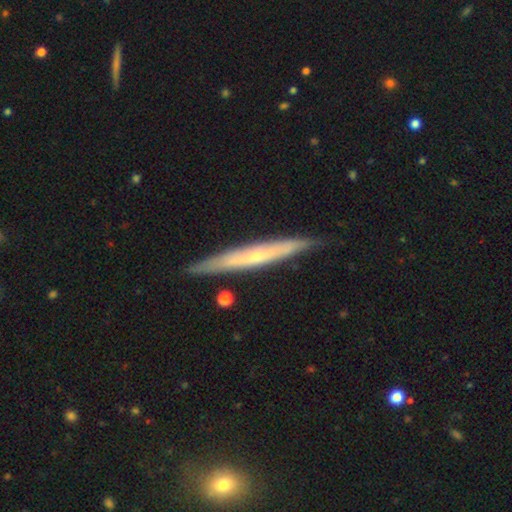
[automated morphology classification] featured or disk 62%, smooth 33%, star or artifact 6%. Down the decision tree: edge-on disk — yes (91%); edge-on bulge — rounded (51%); merging — none (86%).